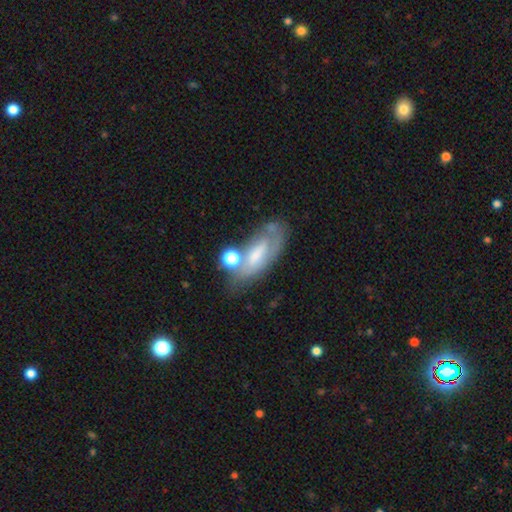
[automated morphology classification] Smooth or featured? Predicted: featured or disk (p=0.52). Edge-on disk? Predicted: no (p=0.86). Merging? Predicted: none (p=0.48).